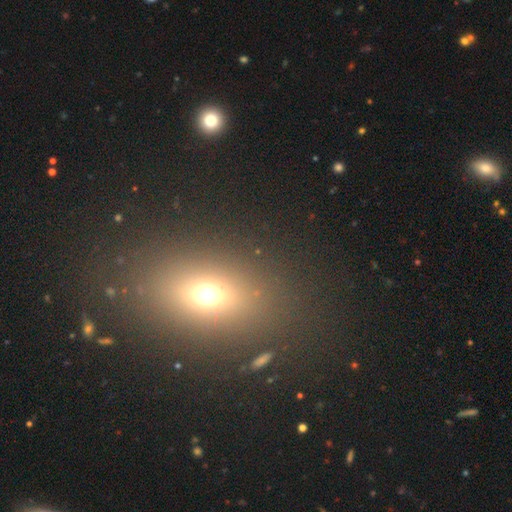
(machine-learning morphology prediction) Overall: smooth (58%; star or artifact 27%). How rounded: in between (69%). Merging: none (86%).